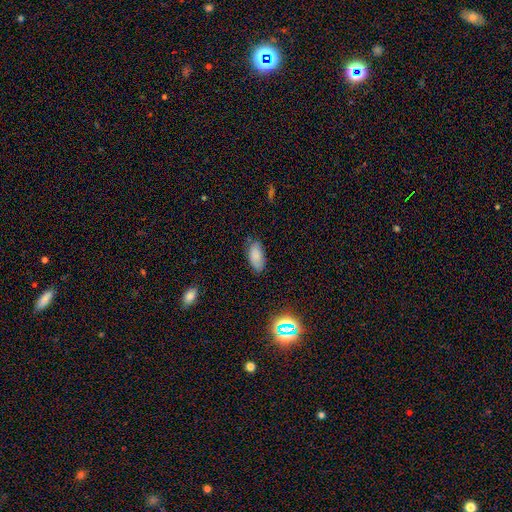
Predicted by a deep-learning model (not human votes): Smooth or featured? smooth (81%)
How rounded? in between (92%)
Merging? none (74%)